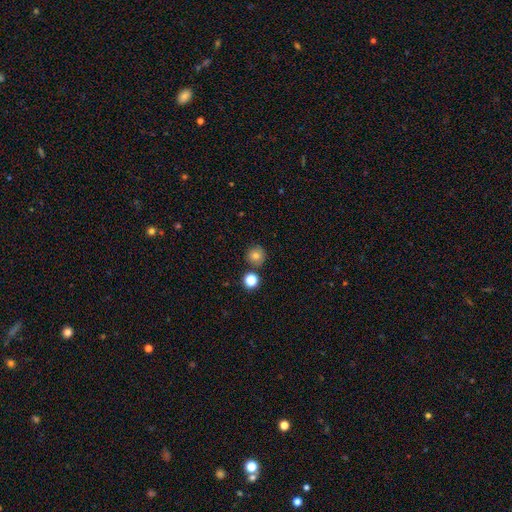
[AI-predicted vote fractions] The model was most divided on "smooth or featured": smooth: 77%, star or artifact: 14%, featured or disk: 9%. More confident: how rounded — round (93%); merging — none (81%).